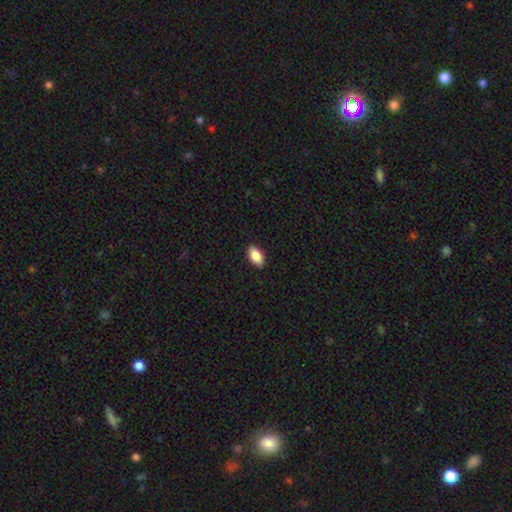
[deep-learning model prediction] Q: Smooth or featured?
A: smooth (86%); runner-up: star or artifact (7%)
Q: How rounded?
A: in between (93%); runner-up: round (4%)
Q: Merging?
A: none (90%); runner-up: minor disturbance (8%)